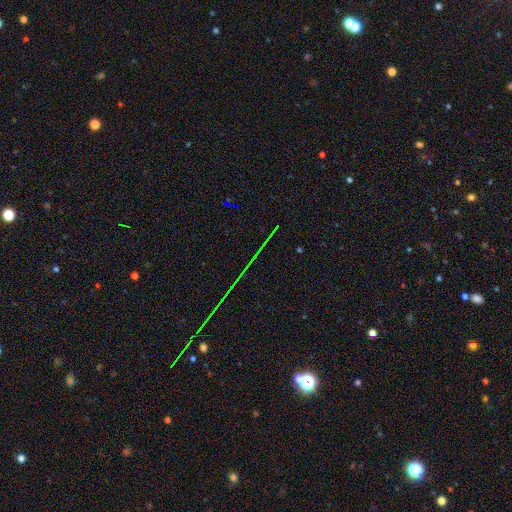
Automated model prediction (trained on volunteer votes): The model was most divided on "smooth or featured": star or artifact: 80%, smooth: 11%, featured or disk: 10%.